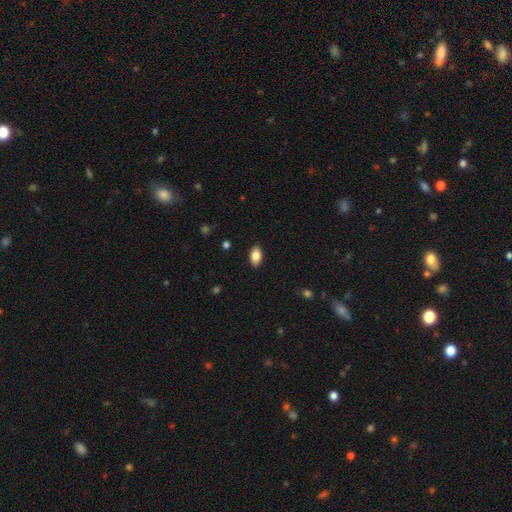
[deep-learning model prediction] This appears to be a smooth galaxy with no disk features (85%) that is in between round and cigar-shaped (92%). Merging: none (88%).